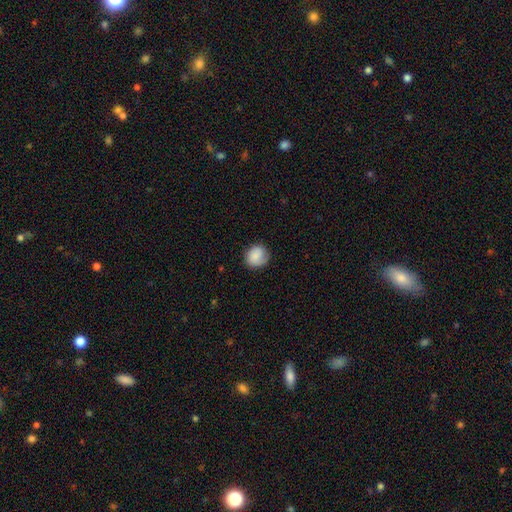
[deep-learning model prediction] Smooth or featured? smooth (78%)
How rounded? round (77%)
Merging? none (74%)